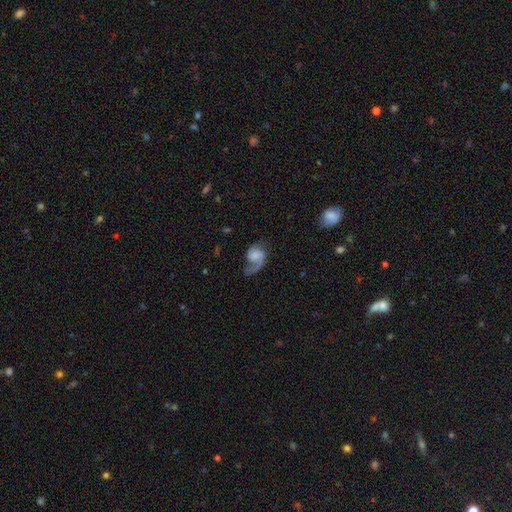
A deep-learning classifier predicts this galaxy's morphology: Smooth or featured?
  - featured or disk: 77% *
  - smooth: 16%
  - star or artifact: 6%
Edge-on disk?
  - no: 98% *
  - yes: 2%
Bar?
  - no: 64% *
  - weak: 31%
  - strong: 5%
Spiral arms?
  - yes: 95% *
  - no: 5%
Spiral winding?
  - loose: 45% *
  - medium: 40%
  - tight: 15%
Spiral arm count?
  - 1: 50% *
  - 2: 45%
  - can't tell: 3%
  - 3: 1%
  - 4: 1%
  - more than 4: 1%
Bulge size?
  - small: 36% *
  - none: 29%
  - moderate: 23%
  - large: 9%
  - dominant: 3%
Merging?
  - none: 48% *
  - major disturbance: 29%
  - minor disturbance: 20%
  - merger: 3%